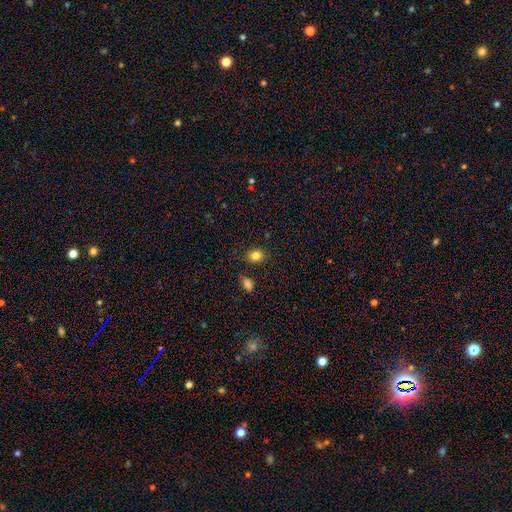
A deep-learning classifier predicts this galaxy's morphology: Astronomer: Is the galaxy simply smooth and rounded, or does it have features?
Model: smooth — 83%.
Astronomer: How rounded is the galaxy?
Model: round — 62%.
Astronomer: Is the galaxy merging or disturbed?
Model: none — 85%.